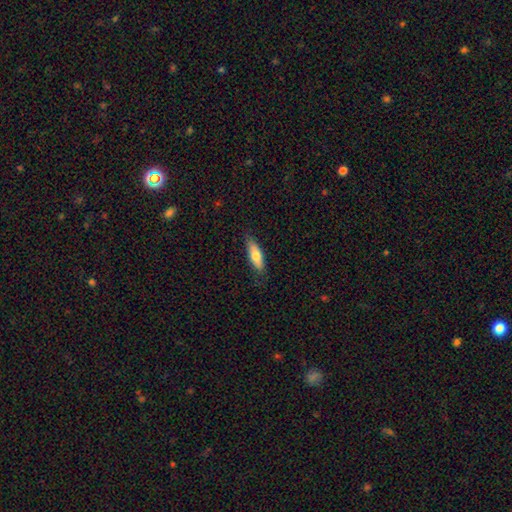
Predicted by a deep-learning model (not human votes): smooth 71%, featured or disk 23%, star or artifact 6%. Down the decision tree: how rounded — in between (55%); merging — none (82%).